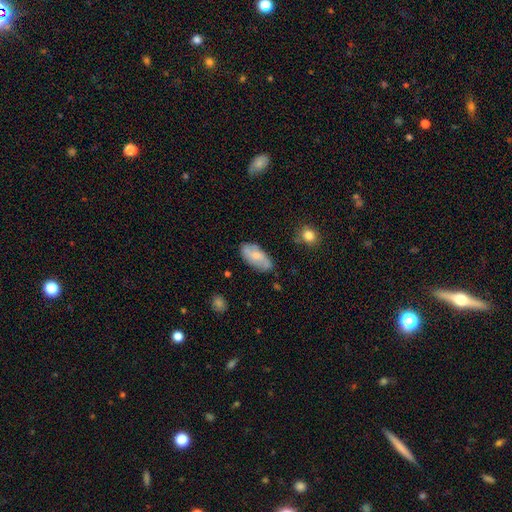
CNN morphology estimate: Smooth or featured? Predicted: smooth (p=0.60). How rounded? Predicted: in between (p=0.90). Merging? Predicted: none (p=0.75).